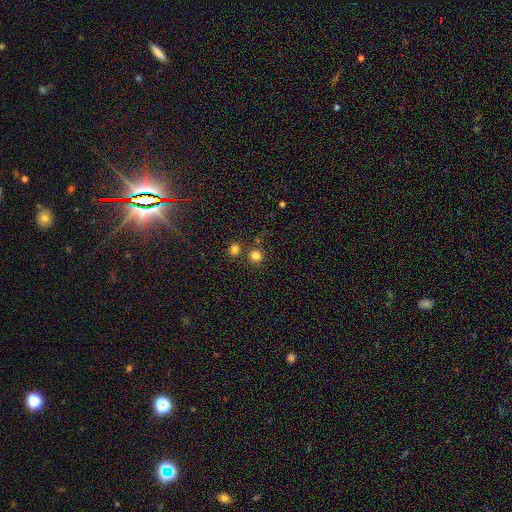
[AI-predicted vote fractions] smooth-or-featured: smooth: 79% | star or artifact: 15% | featured or disk: 5%
  how-rounded: round: 90% | in between: 9% | cigar-shaped: 1%
  merging: none: 73% | merger: 16% | minor disturbance: 8% | major disturbance: 3%